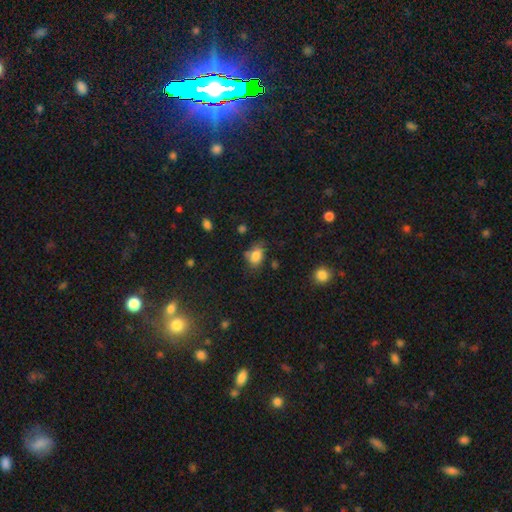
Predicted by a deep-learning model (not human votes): smooth-or-featured: smooth: 80% | star or artifact: 10% | featured or disk: 9%
  how-rounded: in between: 80% | round: 18% | cigar-shaped: 2%
  merging: none: 54% | minor disturbance: 29% | major disturbance: 10% | merger: 7%